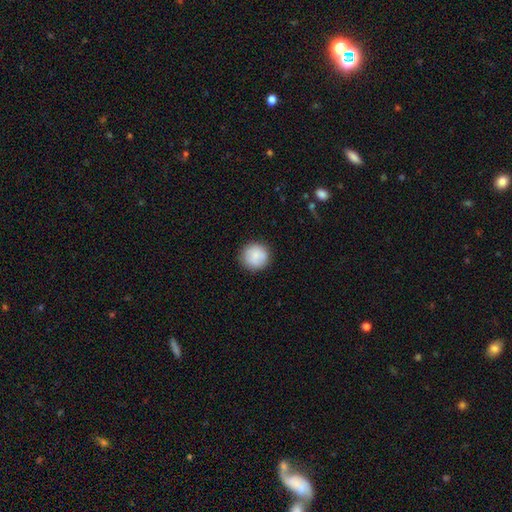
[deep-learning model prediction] Smooth or featured?
  - smooth: 85% *
  - featured or disk: 8%
  - star or artifact: 7%
How rounded?
  - round: 95% *
  - in between: 4%
  - cigar-shaped: 1%
Merging?
  - none: 88% *
  - minor disturbance: 9%
  - major disturbance: 2%
  - merger: 1%